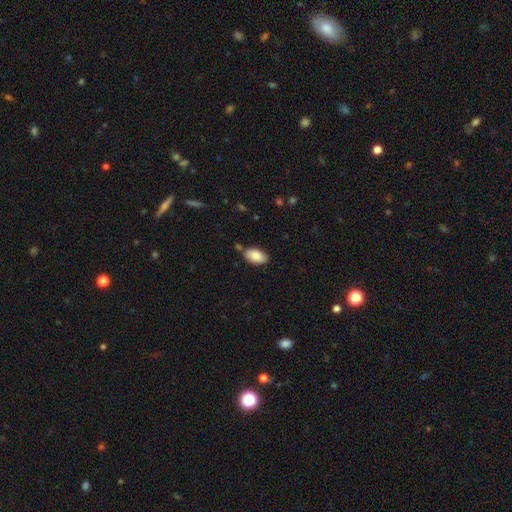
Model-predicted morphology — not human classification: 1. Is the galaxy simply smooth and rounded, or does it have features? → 85% smooth, 8% featured or disk, 7% star or artifact.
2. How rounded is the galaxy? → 95% in between, 3% round, 2% cigar-shaped.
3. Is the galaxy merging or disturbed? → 79% none, 14% minor disturbance, 5% merger, 3% major disturbance.